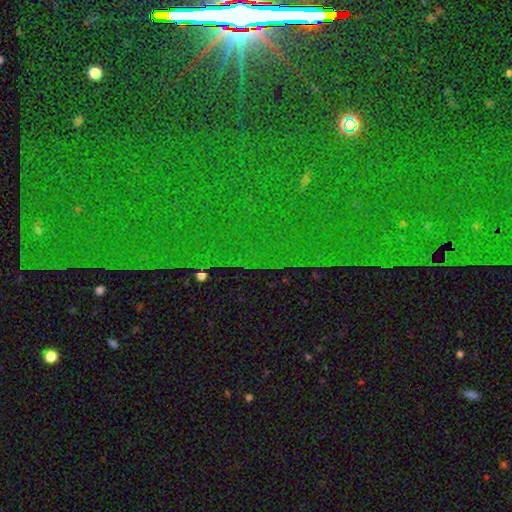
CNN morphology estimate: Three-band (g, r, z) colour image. It shows a star or artifact, not a galaxy (84%).